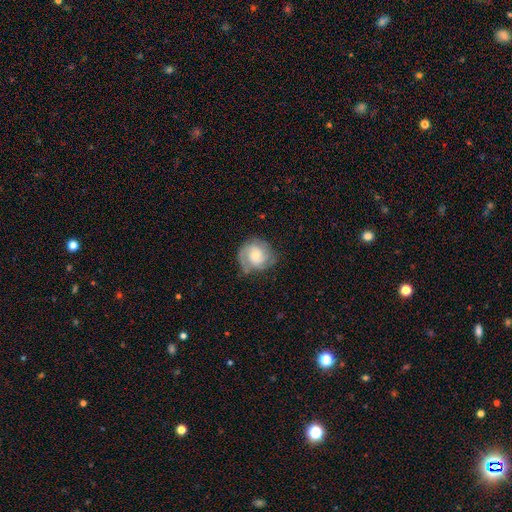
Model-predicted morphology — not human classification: The model was most divided on "bulge size": small: 47%, moderate: 37%, large: 8%, none: 6%, dominant: 2%. More confident: edge-on disk — no (98%); spiral arms — yes (95%); smooth or featured — featured or disk (74%); merging — none (71%); bar — no (66%); spiral arm count — 2 (58%); spiral winding — tight (51%).